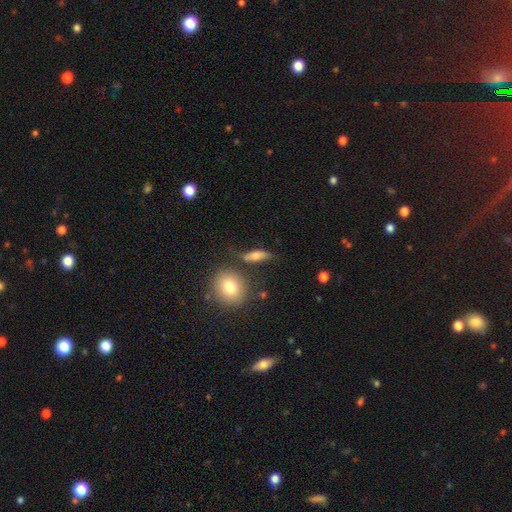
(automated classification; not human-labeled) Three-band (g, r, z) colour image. It shows a smooth galaxy with no disk features (68%) that is in between round and cigar-shaped (54%). Merging: none (61%).